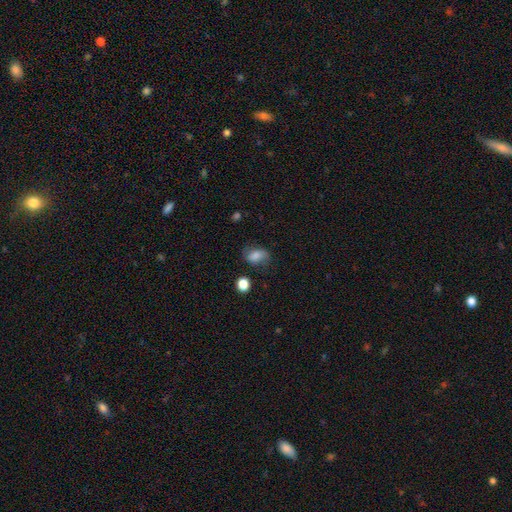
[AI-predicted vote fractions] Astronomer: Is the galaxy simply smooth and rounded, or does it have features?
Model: smooth — 75%.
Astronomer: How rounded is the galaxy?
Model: in between — 77%.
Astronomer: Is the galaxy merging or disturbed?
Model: none — 63%.